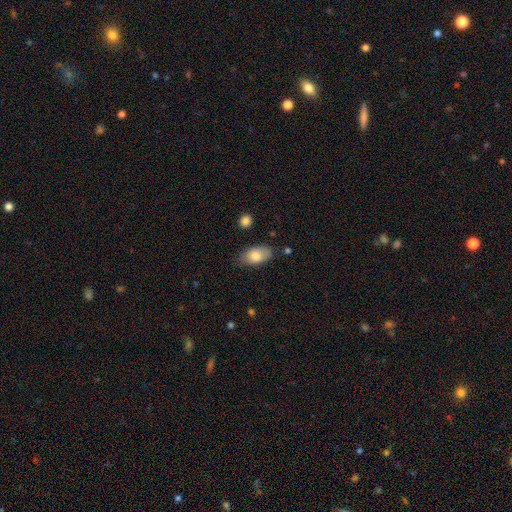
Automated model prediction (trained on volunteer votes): This is likely a smooth galaxy (80%). How rounded: clearly in between (92%). Merging: likely none (73%).